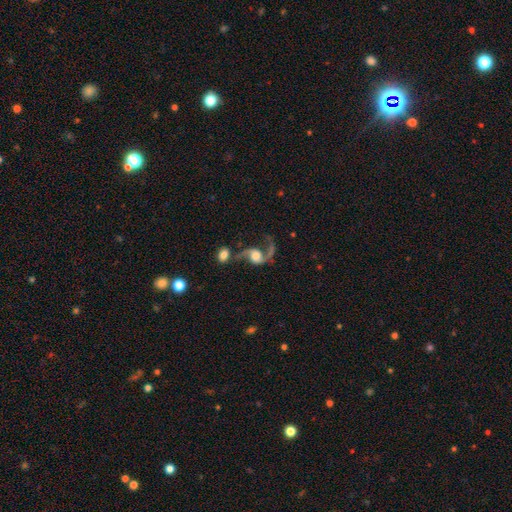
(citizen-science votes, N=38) Morphology: type=featured or disk (89%); edge-on=no (97%); bar=no (55%); spiral arms=yes (97%); winding=loose (69%); arm count=2 (97%); bulge=large (45%); merging=none (50%).